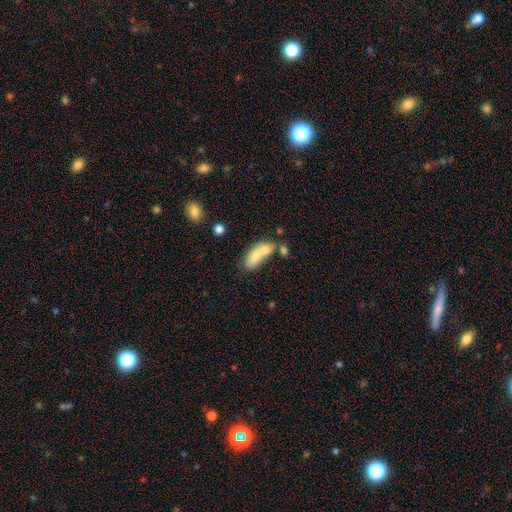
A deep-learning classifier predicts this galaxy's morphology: type=smooth (66%); roundness=in between (81%); merging=merger (56%).